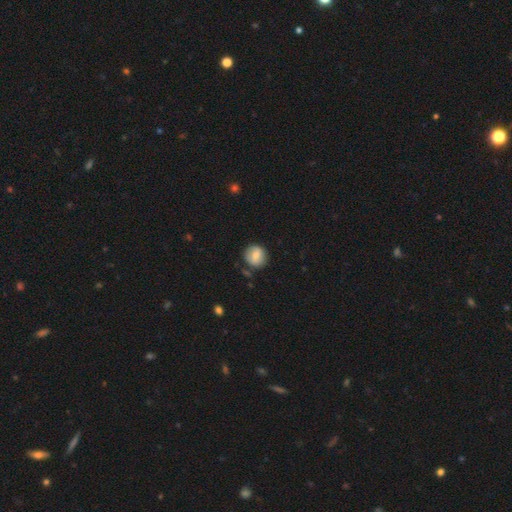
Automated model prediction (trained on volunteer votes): Overall: smooth (71%). How rounded: round (86%). Merging: none (76%).